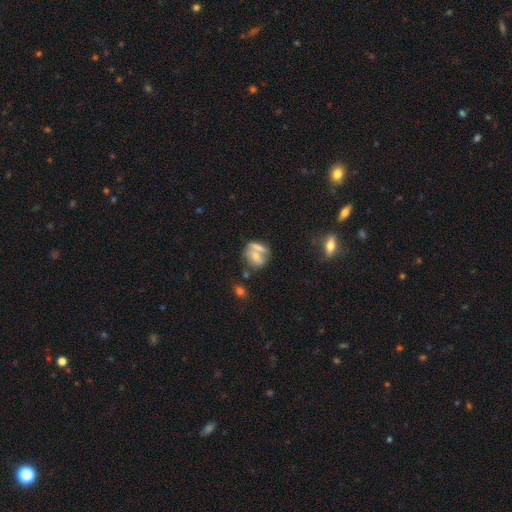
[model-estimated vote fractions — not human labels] smooth_or_featured: smooth (p=0.53) [alt: featured or disk p=0.36]
how_rounded: round (p=0.50) [alt: in between p=0.45]
merging: merger (p=0.41) [alt: none p=0.37]